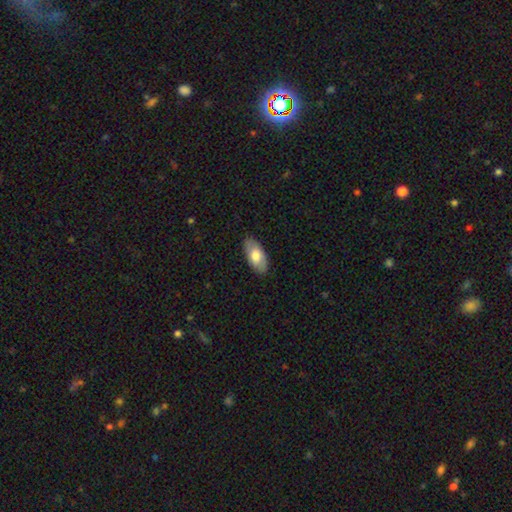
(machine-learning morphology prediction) This is likely a smooth galaxy (69%). How rounded: clearly in between (92%). Merging: clearly none (85%).